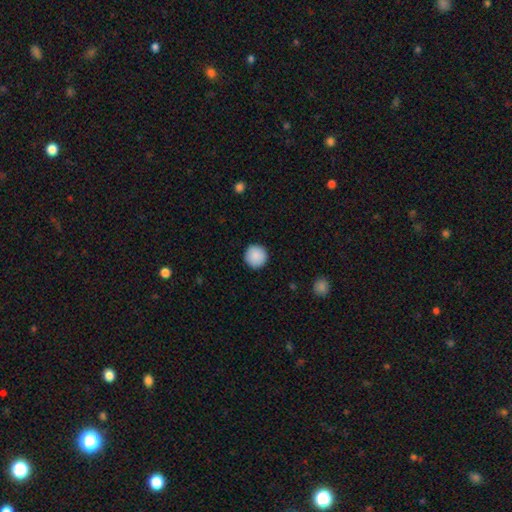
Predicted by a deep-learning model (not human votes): Smooth or featured? smooth (90%)
How rounded? round (96%)
Merging? none (92%)